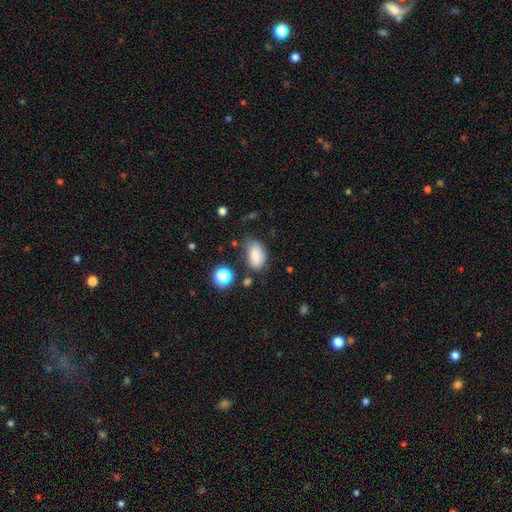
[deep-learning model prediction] The model was most divided on "merging": none: 61%, minor disturbance: 27%, major disturbance: 8%, merger: 5%. More confident: how rounded — in between (90%); smooth or featured — smooth (79%).